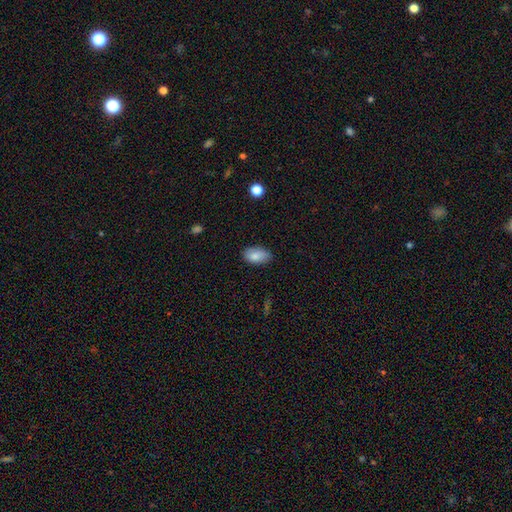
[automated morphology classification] A smooth galaxy with no disk features (85%) that is in between round and cigar-shaped (93%). Merging: none (80%).